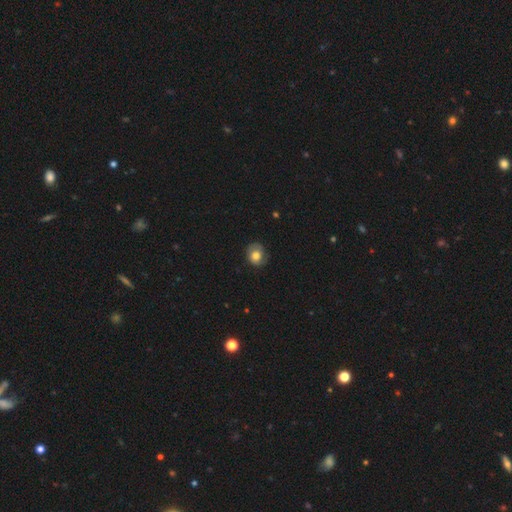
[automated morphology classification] Q: Smooth or featured?
A: smooth (73%); runner-up: featured or disk (18%)
Q: How rounded?
A: round (65%); runner-up: in between (34%)
Q: Merging?
A: none (72%); runner-up: minor disturbance (22%)